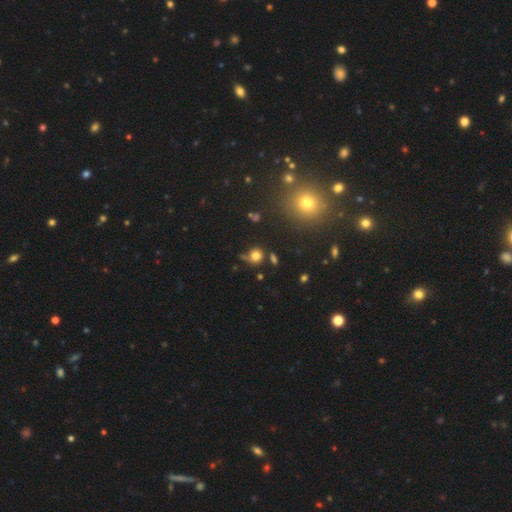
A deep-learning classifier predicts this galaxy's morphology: A smooth galaxy with no disk features (77%) that is round (86%). Merging: none (69%).